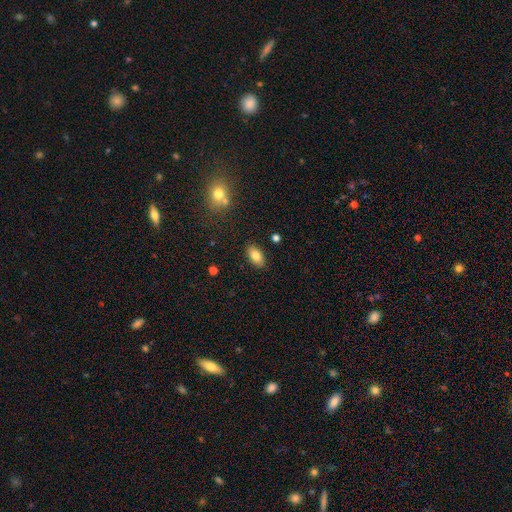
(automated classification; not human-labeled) This is clearly a smooth galaxy (81%). How rounded: clearly in between (92%). Merging: clearly none (87%).